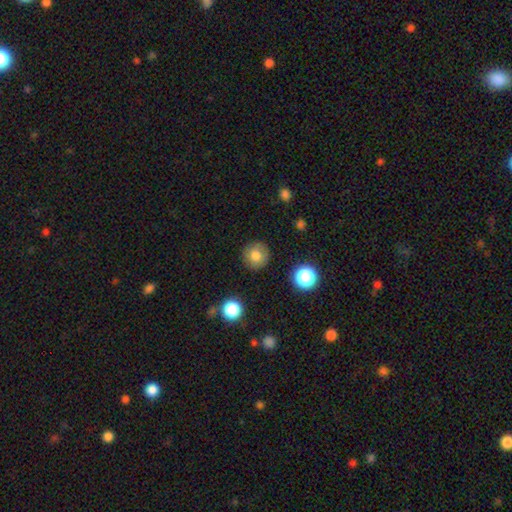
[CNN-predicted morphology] type=smooth (79%); roundness=round (94%); merging=none (87%).